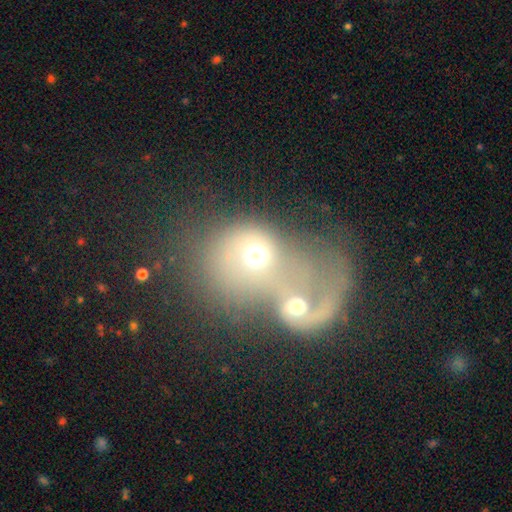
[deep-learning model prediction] This appears to be a featured or disk galaxy (46%). Merging: merger (82%).